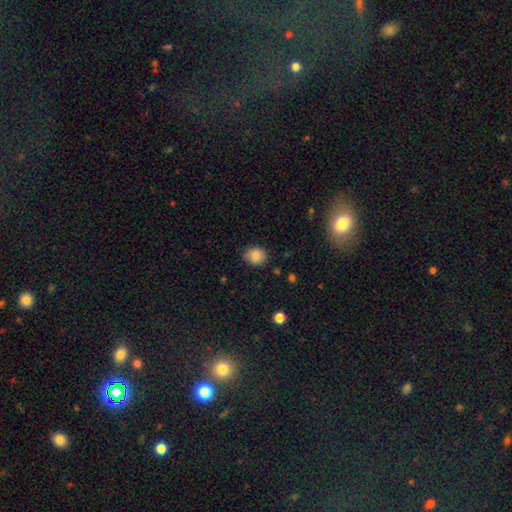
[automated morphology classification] This appears to be a smooth galaxy with no disk features (85%) that is round (64%). Merging: none (81%).